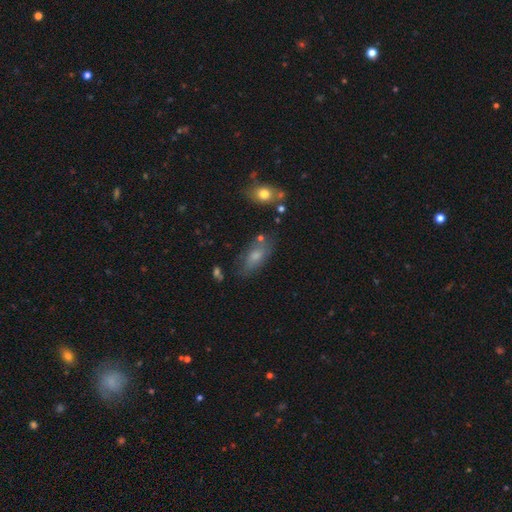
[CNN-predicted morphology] This appears to be a smooth galaxy with no disk features (70%) that is in between round and cigar-shaped (83%). Merging: none (67%).